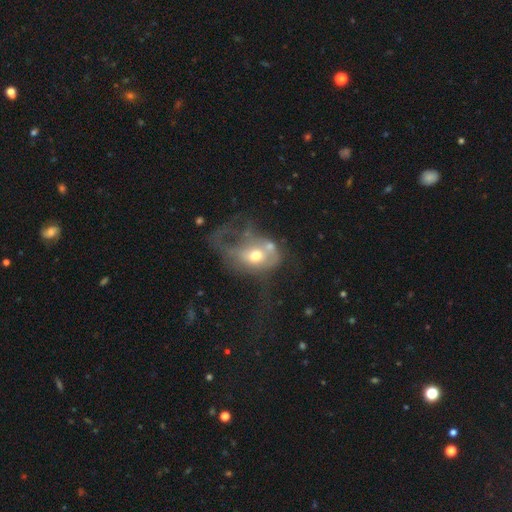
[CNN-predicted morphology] Q: Smooth or featured?
A: featured or disk (48%); runner-up: smooth (42%)
Q: Merging?
A: major disturbance (58%); runner-up: none (15%)